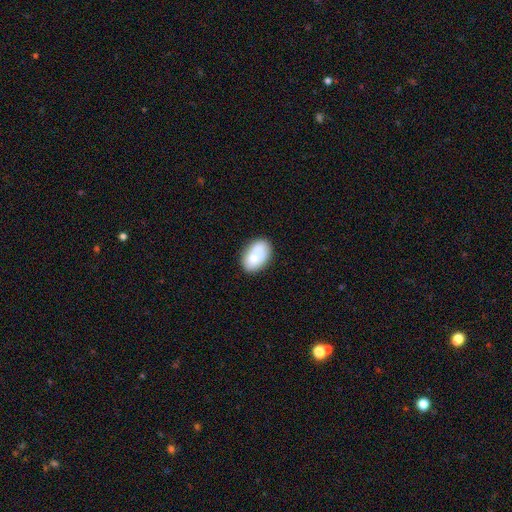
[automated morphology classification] Q: Smooth or featured?
A: smooth (70%); runner-up: featured or disk (23%)
Q: How rounded?
A: in between (85%); runner-up: round (14%)
Q: Merging?
A: none (53%); runner-up: merger (21%)